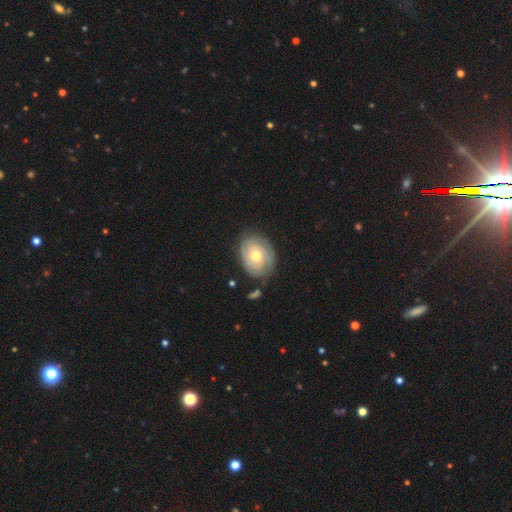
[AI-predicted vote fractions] Smooth or featured?
  - featured or disk: 66% *
  - smooth: 28%
  - star or artifact: 6%
Edge-on disk?
  - no: 96% *
  - yes: 4%
Bar?
  - no: 80% *
  - weak: 17%
  - strong: 3%
Spiral arms?
  - yes: 84% *
  - no: 16%
Spiral winding?
  - tight: 74% *
  - medium: 20%
  - loose: 7%
Spiral arm count?
  - can't tell: 46% *
  - 2: 22%
  - 3: 16%
  - 4: 7%
  - 1: 5%
  - more than 4: 4%
Bulge size?
  - moderate: 60% *
  - small: 34%
  - large: 3%
  - none: 1%
  - dominant: 1%
Merging?
  - none: 74% *
  - minor disturbance: 18%
  - major disturbance: 5%
  - merger: 3%